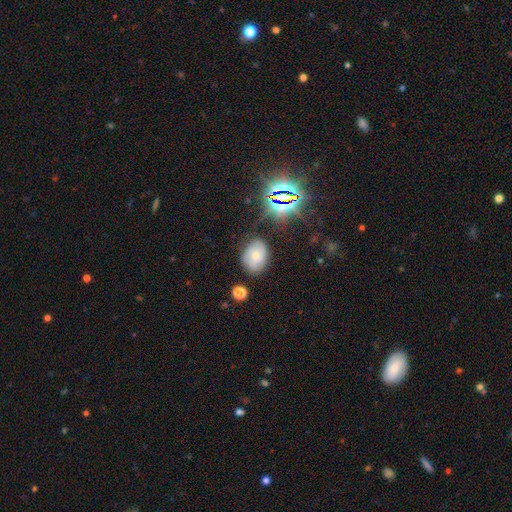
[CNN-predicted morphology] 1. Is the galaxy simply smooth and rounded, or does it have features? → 59% smooth, 27% featured or disk, 15% star or artifact.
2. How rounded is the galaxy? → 70% in between, 29% round, 1% cigar-shaped.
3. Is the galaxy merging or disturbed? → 74% none, 19% minor disturbance, 5% major disturbance, 3% merger.